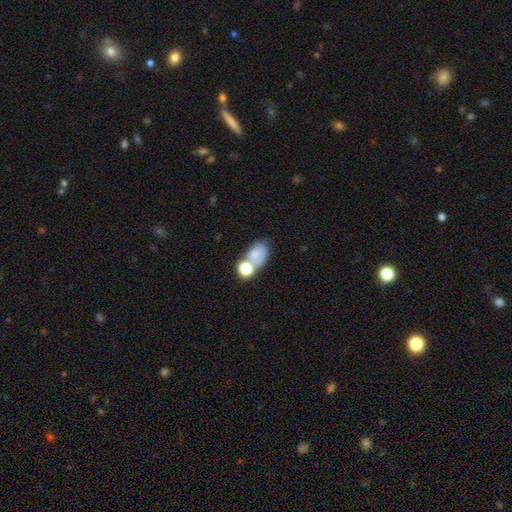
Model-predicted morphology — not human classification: Smooth or featured? Predicted: smooth (p=0.67). How rounded? Predicted: in between (p=0.76). Merging? Predicted: merger (p=0.44).